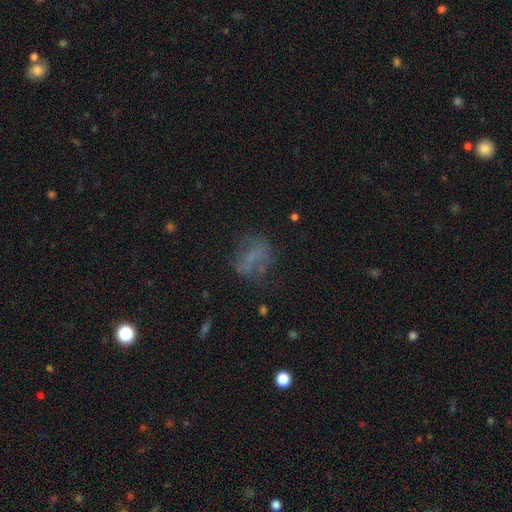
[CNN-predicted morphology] Q: Smooth or featured?
A: smooth (47%); runner-up: featured or disk (33%)
Q: Merging?
A: none (53%); runner-up: minor disturbance (22%)